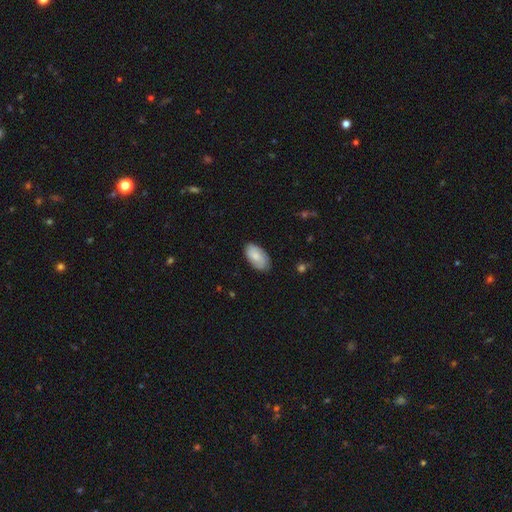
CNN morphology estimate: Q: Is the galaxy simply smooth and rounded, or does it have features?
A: smooth — 76%.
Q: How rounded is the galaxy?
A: in between — 95%.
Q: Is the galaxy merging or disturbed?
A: none — 80%.